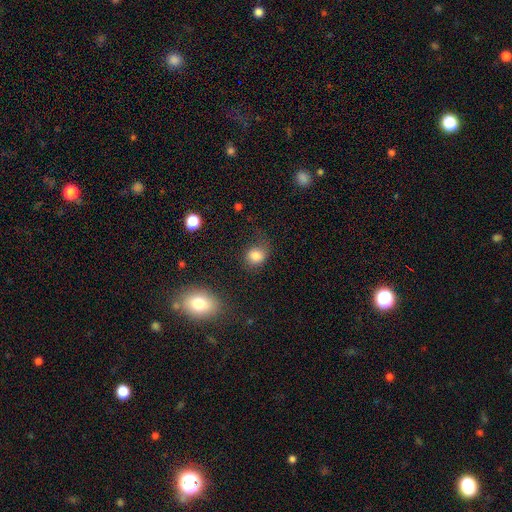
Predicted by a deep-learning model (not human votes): A smooth galaxy with no disk features (82%) that is round (68%). Merging: none (60%).